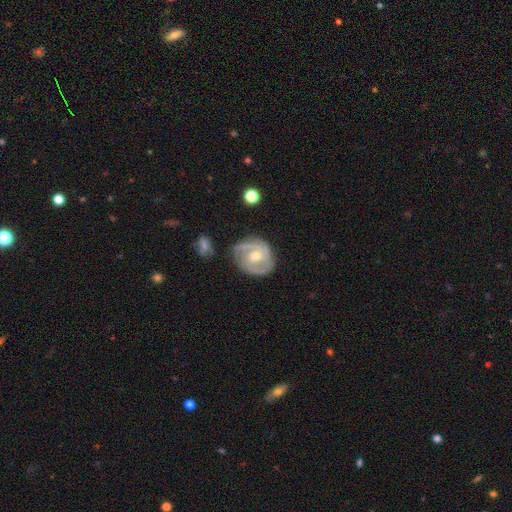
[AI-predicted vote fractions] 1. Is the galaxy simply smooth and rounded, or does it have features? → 81% featured or disk, 14% smooth, 5% star or artifact.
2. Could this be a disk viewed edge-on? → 97% no, 3% yes.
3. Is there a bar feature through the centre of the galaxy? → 54% no, 37% weak, 9% strong.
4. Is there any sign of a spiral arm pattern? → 92% yes, 8% no.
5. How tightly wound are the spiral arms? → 50% tight, 39% medium, 10% loose.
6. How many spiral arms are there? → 62% 2, 16% can't tell, 13% 3, 4% 1, 2% 4, 2% more than 4.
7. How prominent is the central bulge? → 65% moderate, 31% small, 2% large, 1% none, 1% dominant.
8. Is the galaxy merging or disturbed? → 72% none, 20% minor disturbance, 6% major disturbance, 2% merger.